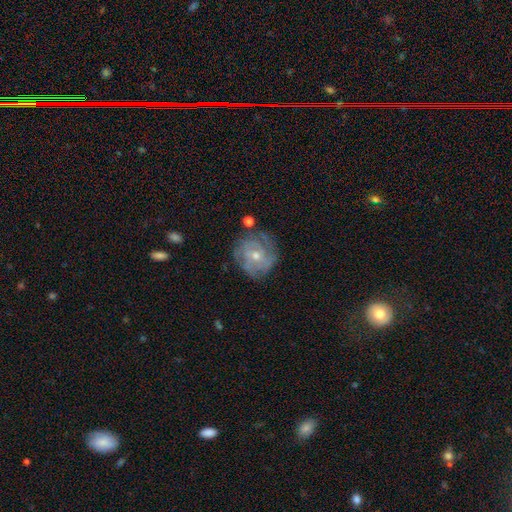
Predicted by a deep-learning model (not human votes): Overall: featured or disk (77%). Edge-on disk: no (97%). Bar: no (64%; weak 30%). Spiral arms: yes (89%). Spiral arm count: can't tell (37%; 3 23%). Spiral winding: tight (63%; medium 29%). Bulge size: small (50%; moderate 47%). Merging: none (73%).